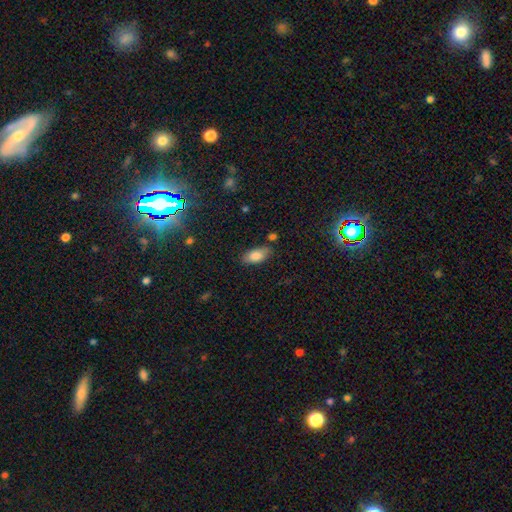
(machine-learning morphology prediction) Smooth or featured? Predicted: smooth (p=0.83). How rounded? Predicted: in between (p=0.89). Merging? Predicted: none (p=0.77).